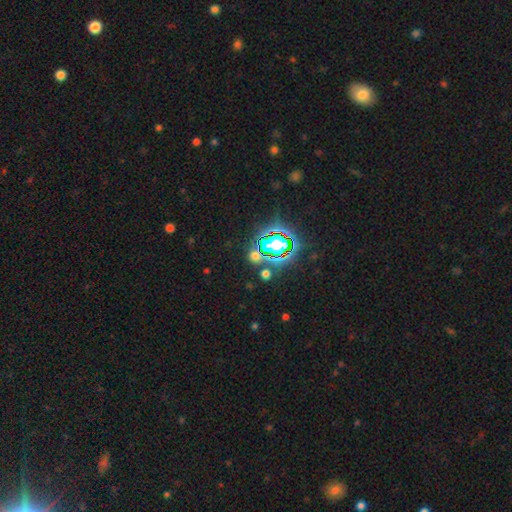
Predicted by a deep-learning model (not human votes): Smooth or featured? Predicted: star or artifact (p=0.53).